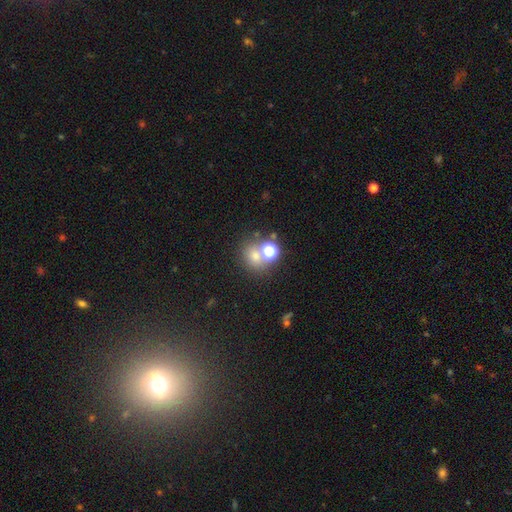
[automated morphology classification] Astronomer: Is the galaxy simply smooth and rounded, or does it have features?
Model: smooth — 61%.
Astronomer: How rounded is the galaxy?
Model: round — 72%.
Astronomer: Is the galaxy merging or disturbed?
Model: none — 55% (runner-up: merger, 31%).